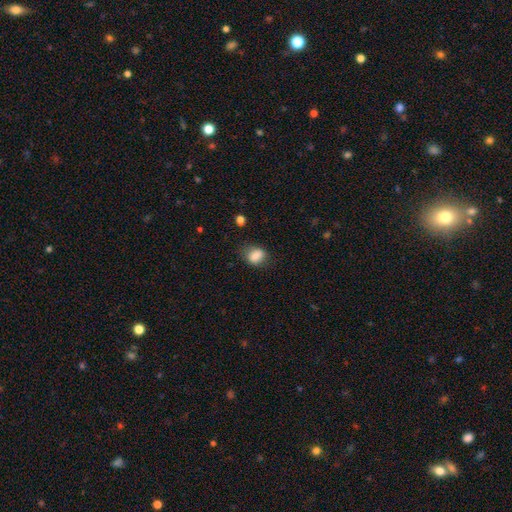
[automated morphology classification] A smooth galaxy with no disk features (82%) that is in between round and cigar-shaped (62%).

Vote fractions:
- Smooth or featured? smooth: 82% / star or artifact: 9% / featured or disk: 8%
- How rounded? in between: 62% / round: 36% / cigar-shaped: 2%
- Merging? none: 64% / minor disturbance: 25% / major disturbance: 8% / merger: 2%